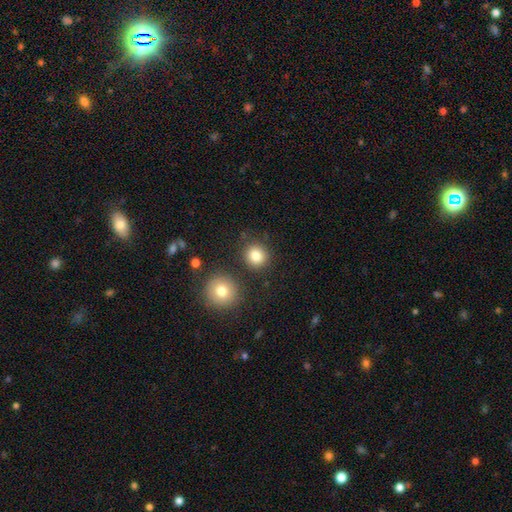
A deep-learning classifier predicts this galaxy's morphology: Overall: smooth (83%). How rounded: round (88%). Merging: none (83%).